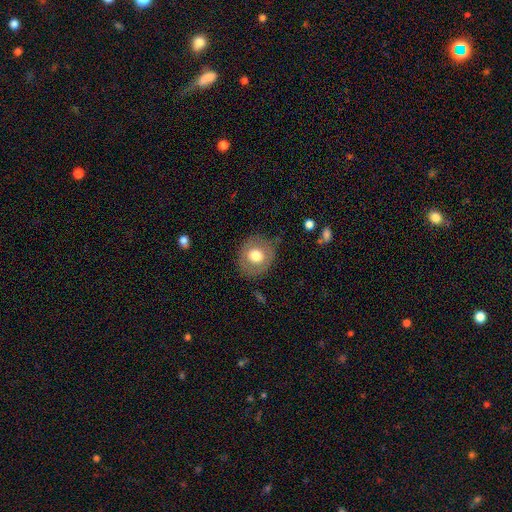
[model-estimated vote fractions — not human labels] Smooth or featured: smooth — 69% (featured or disk — 24%)
How rounded: round — 77% (in between — 22%)
Merging: none — 80% (minor disturbance — 14%)